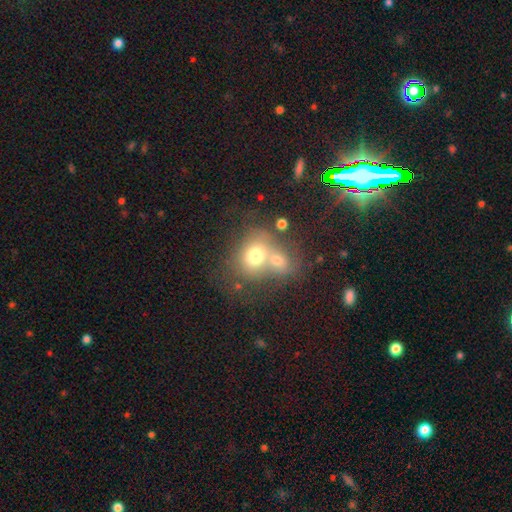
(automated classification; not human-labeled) This appears to be a smooth galaxy with no disk features (66%) that is round (58%). Merging: merger (61%).